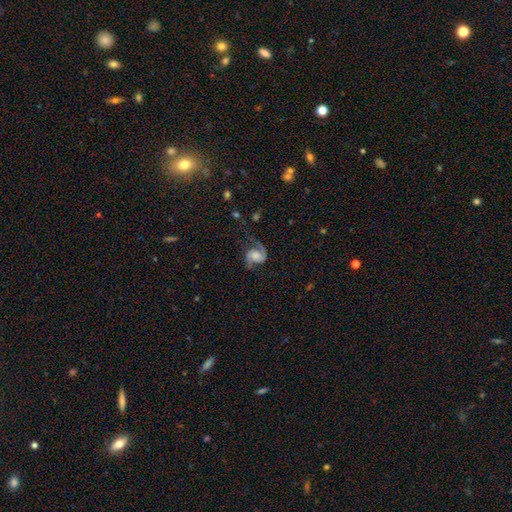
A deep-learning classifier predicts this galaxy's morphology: Smooth or featured: featured or disk — 83% (smooth — 10%)
Edge-on disk: no — 98% (yes — 2%)
Bar: no — 63% (weak — 30%)
Spiral arms: yes — 97% (no — 3%)
Spiral winding: medium — 47% (loose — 35%)
Spiral arm count: 2 — 84% (1 — 11%)
Bulge size: moderate — 33% (large — 26%)
Merging: none — 62% (minor disturbance — 19%)